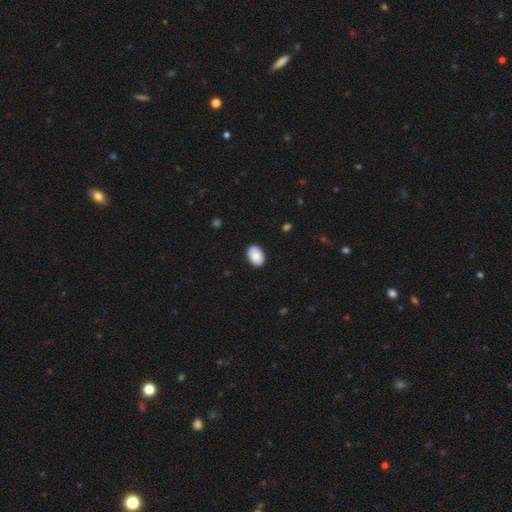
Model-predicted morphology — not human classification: type=smooth (88%); roundness=in between (85%); merging=none (87%).